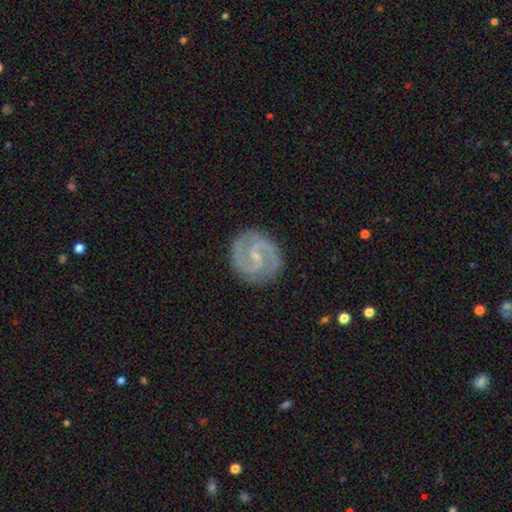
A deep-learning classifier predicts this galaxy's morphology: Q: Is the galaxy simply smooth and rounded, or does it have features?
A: featured or disk — 88%.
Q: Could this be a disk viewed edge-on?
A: no — 98%.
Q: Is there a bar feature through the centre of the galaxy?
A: weak — 56%.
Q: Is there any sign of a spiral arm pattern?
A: yes — 97%.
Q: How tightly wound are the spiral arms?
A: medium — 50%.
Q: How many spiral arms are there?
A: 2 — 91%.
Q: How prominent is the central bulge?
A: small — 68%.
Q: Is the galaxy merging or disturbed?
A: none — 86%.